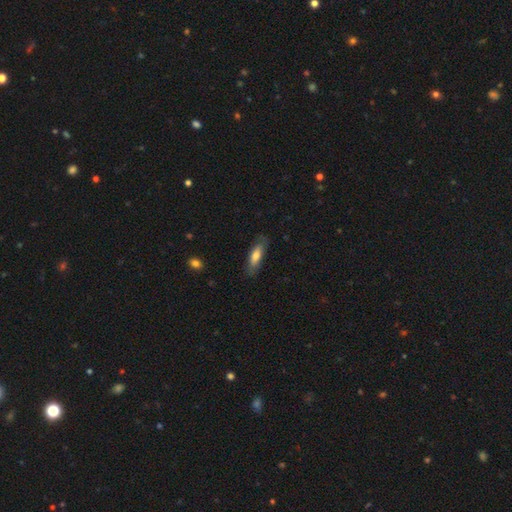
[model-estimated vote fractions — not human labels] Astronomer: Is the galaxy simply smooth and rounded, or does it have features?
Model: smooth — 70%.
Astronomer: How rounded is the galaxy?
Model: cigar-shaped — 49%, tied with in between at 49%.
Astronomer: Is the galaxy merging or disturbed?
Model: none — 80%.